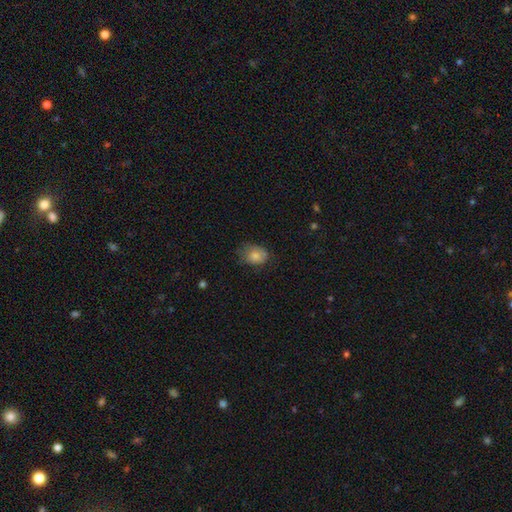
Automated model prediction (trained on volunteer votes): smooth 78%, featured or disk 14%, star or artifact 8%. Down the decision tree: how rounded — in between (66%); merging — none (52%).